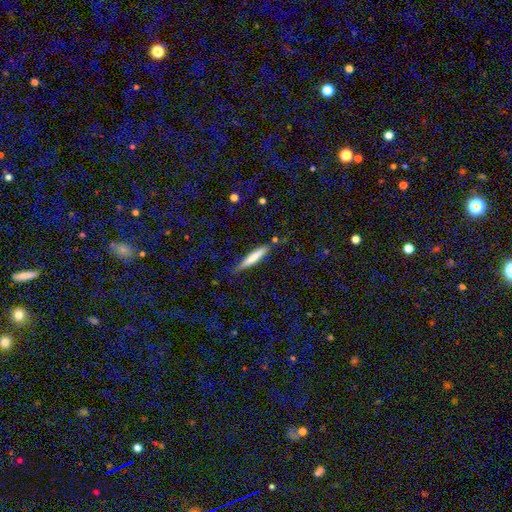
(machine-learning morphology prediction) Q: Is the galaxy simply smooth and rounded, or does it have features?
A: smooth — 69%.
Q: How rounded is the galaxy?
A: cigar-shaped — 92%.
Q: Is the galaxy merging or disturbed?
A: none — 78%.